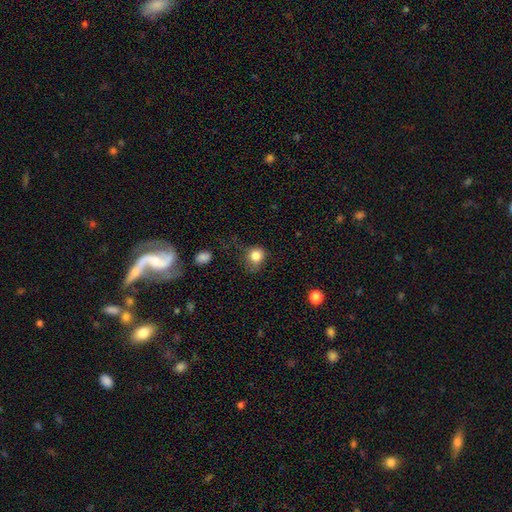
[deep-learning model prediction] Smooth or featured? smooth (82%)
How rounded? round (77%)
Merging? none (59%)